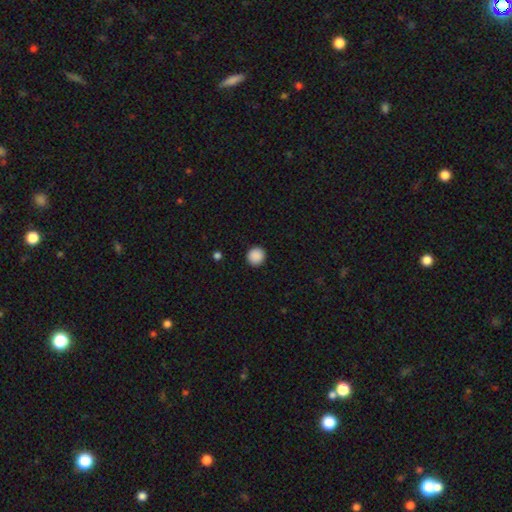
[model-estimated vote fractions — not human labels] A smooth galaxy with no disk features (89%) that is round (94%).

Vote fractions:
- Smooth or featured? smooth: 89% / star or artifact: 9% / featured or disk: 2%
- How rounded? round: 94% / in between: 5% / cigar-shaped: 1%
- Merging? none: 92% / minor disturbance: 5% / major disturbance: 2% / merger: 1%